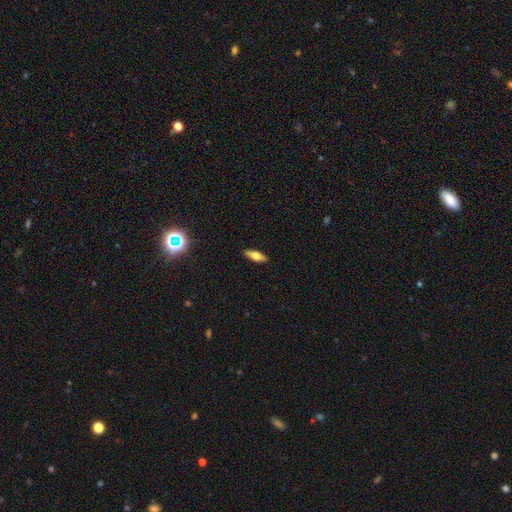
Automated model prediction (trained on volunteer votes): Smooth or featured: smooth — 54% (featured or disk — 38%)
How rounded: in between — 52% (cigar-shaped — 45%)
Merging: none — 90% (minor disturbance — 8%)